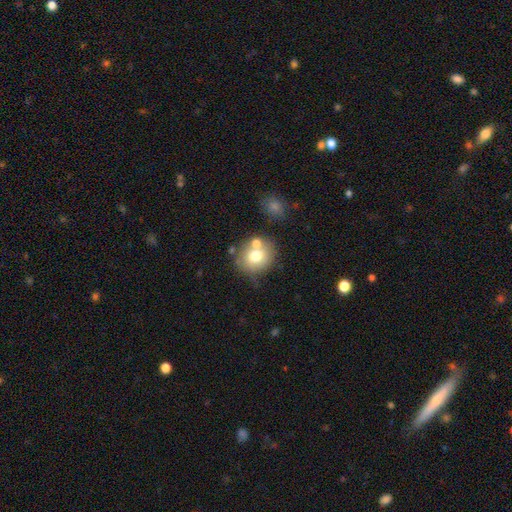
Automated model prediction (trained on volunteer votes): Smooth or featured?
  - smooth: 71% *
  - featured or disk: 19%
  - star or artifact: 10%
How rounded?
  - round: 75% *
  - in between: 24%
  - cigar-shaped: 1%
Merging?
  - none: 59% *
  - merger: 23%
  - minor disturbance: 13%
  - major disturbance: 5%